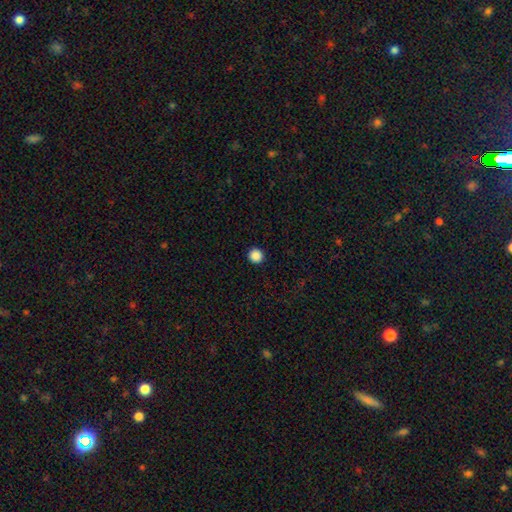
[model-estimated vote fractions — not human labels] The model was most divided on "smooth or featured": smooth: 87%, star or artifact: 10%, featured or disk: 2%. More confident: how rounded — round (96%); merging — none (94%).